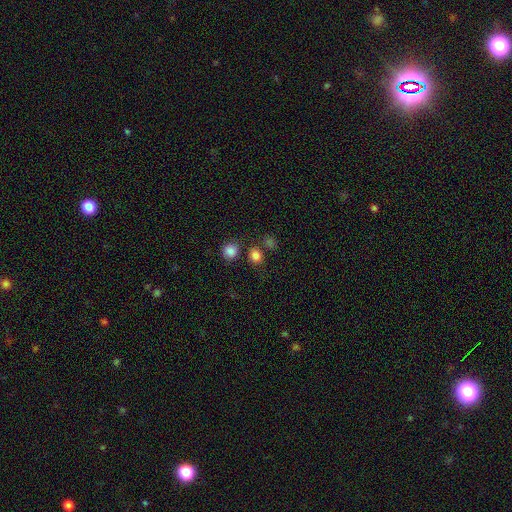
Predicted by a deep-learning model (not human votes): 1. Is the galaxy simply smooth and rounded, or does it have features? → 81% smooth, 14% star or artifact, 5% featured or disk.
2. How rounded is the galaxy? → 73% round, 26% in between, 1% cigar-shaped.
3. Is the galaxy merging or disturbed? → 72% none, 13% merger, 10% minor disturbance, 4% major disturbance.